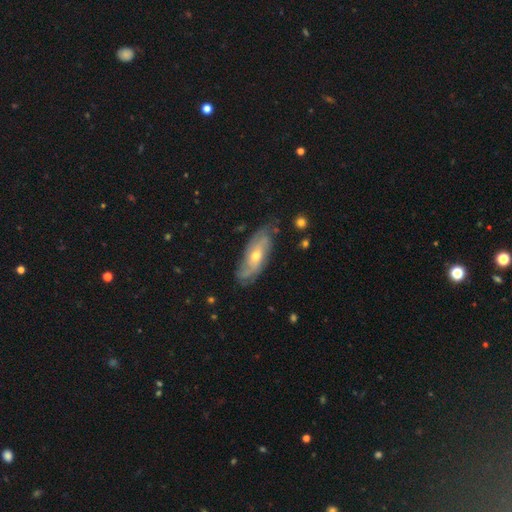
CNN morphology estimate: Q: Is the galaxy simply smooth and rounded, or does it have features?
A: featured or disk — 74%.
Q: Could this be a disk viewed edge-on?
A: no — 82%.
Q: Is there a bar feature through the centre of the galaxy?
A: no — 68%.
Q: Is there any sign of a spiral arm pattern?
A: yes — 87%.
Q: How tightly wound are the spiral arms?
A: tight — 49%.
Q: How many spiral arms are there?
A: can't tell — 40%.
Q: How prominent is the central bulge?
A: moderate — 54%.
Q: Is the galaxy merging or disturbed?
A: none — 74%.